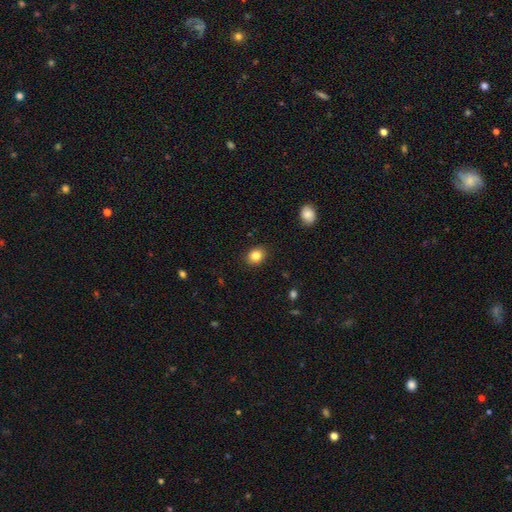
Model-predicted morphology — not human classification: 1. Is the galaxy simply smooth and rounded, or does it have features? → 84% smooth, 10% star or artifact, 6% featured or disk.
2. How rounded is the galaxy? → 53% round, 46% in between, 1% cigar-shaped.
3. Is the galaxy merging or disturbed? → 89% none, 8% minor disturbance, 2% major disturbance, 1% merger.